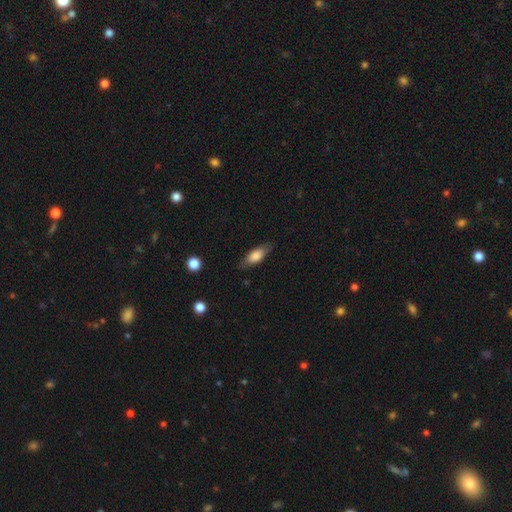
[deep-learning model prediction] Overall: smooth (71%). How rounded: in between (73%). Merging: none (78%).